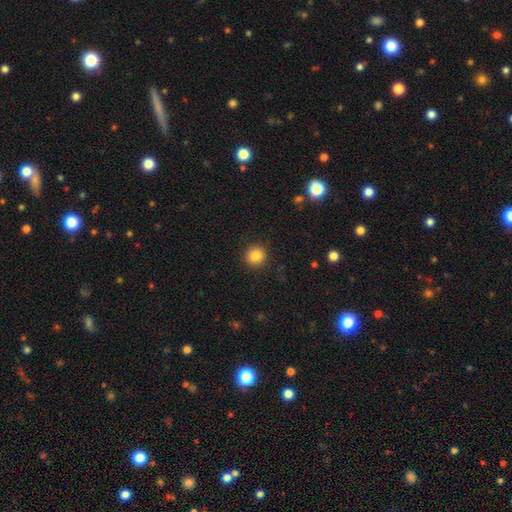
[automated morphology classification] Smooth or featured? smooth (85%)
How rounded? round (91%)
Merging? none (91%)